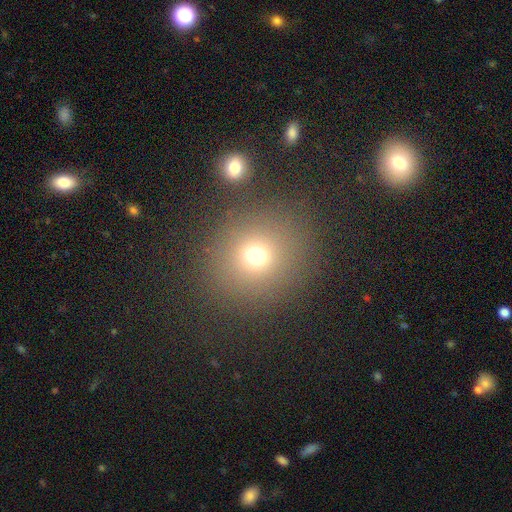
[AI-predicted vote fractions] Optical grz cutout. It shows a smooth galaxy with no disk features (70%) that is round (87%). Merging: none (81%).